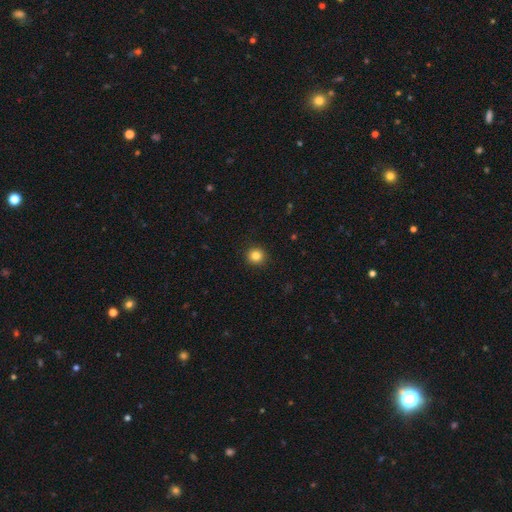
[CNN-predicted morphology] A smooth galaxy with no disk features (84%) that is round (93%).

Vote fractions:
- Smooth or featured? smooth: 84% / star or artifact: 11% / featured or disk: 5%
- How rounded? round: 93% / in between: 6% / cigar-shaped: 1%
- Merging? none: 92% / minor disturbance: 5% / major disturbance: 2% / merger: 1%